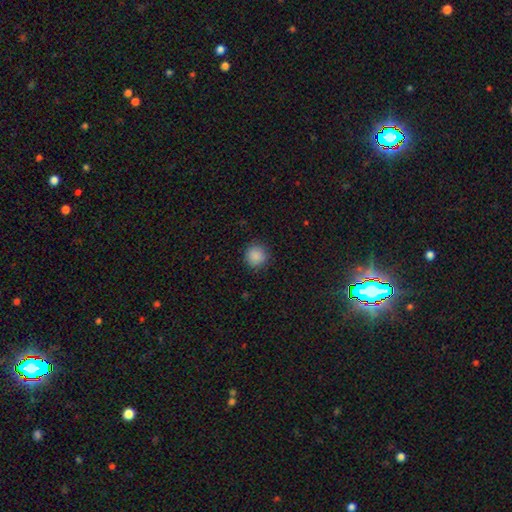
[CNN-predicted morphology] Smooth or featured? Predicted: smooth (p=0.88). How rounded? Predicted: round (p=0.94). Merging? Predicted: none (p=0.89).